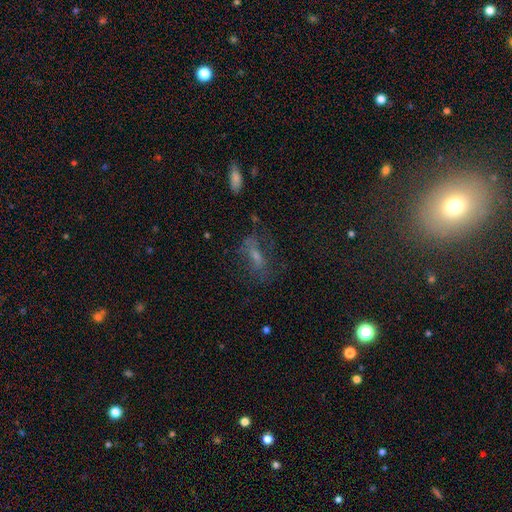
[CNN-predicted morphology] A featured or disk galaxy (41%). Merging: none (57%).